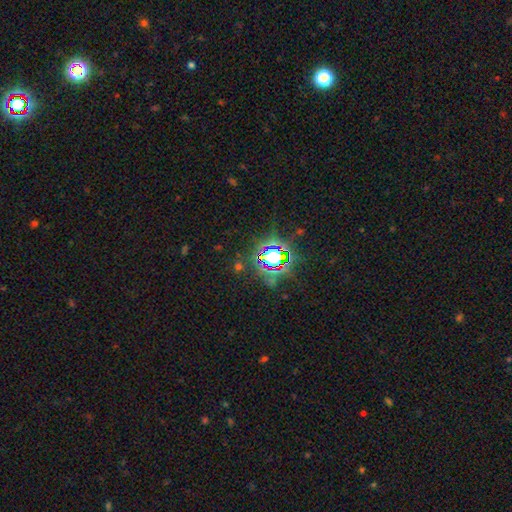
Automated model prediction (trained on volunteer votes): This appears to be a star or artifact, not a galaxy (82%).